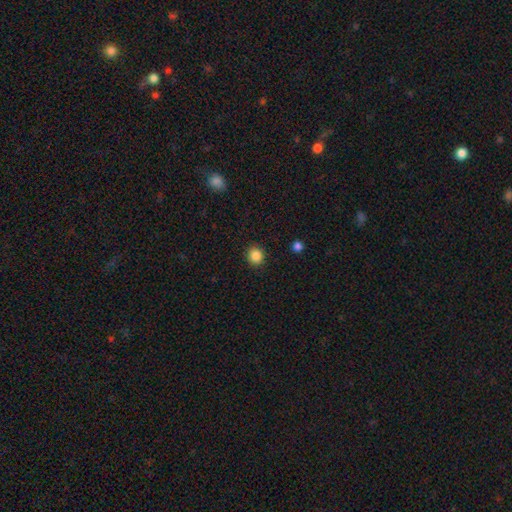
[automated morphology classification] The model was most divided on "how rounded": round: 86%, in between: 13%, cigar-shaped: 1%. More confident: merging — none (91%); smooth or featured — smooth (86%).